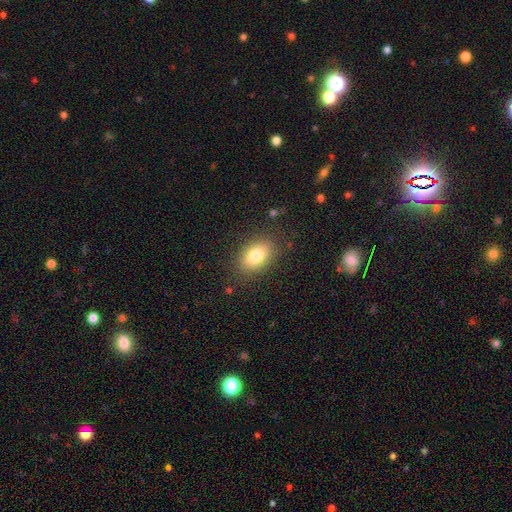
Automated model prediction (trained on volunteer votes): Smooth or featured? smooth (80%)
How rounded? in between (84%)
Merging? none (84%)